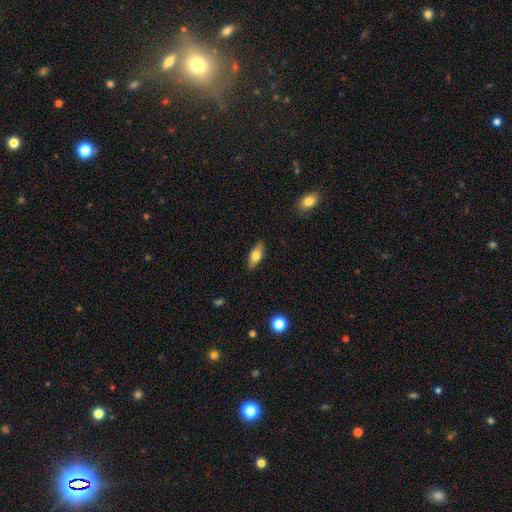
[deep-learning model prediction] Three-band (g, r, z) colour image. It shows a smooth galaxy with no disk features (67%) that is in between round and cigar-shaped (76%). Merging: none (86%).